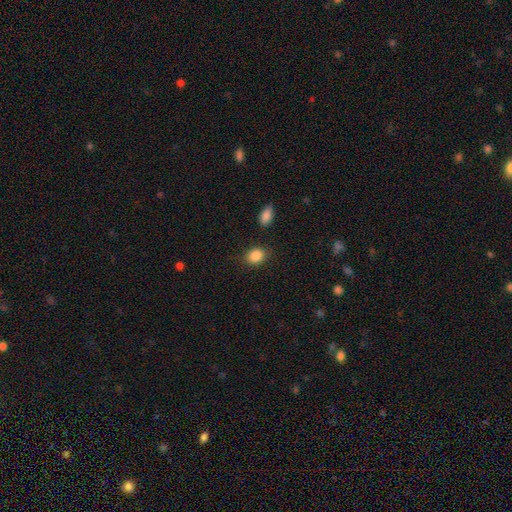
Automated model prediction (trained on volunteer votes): Overall: smooth (87%). How rounded: in between (52%; round 46%). Merging: none (82%).